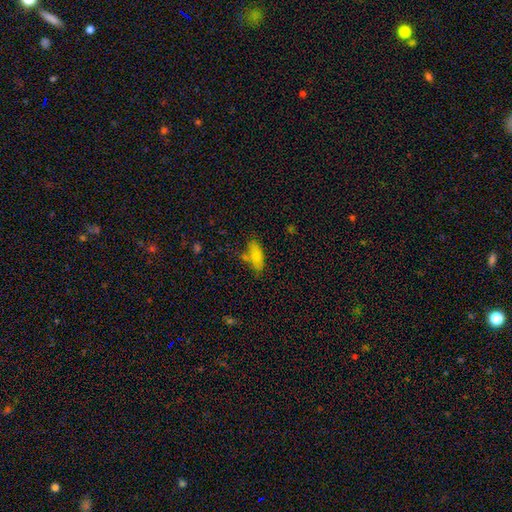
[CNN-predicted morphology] Smooth or featured: smooth — 74% (featured or disk — 14%)
How rounded: in between — 71% (cigar-shaped — 26%)
Merging: none — 64% (minor disturbance — 19%)